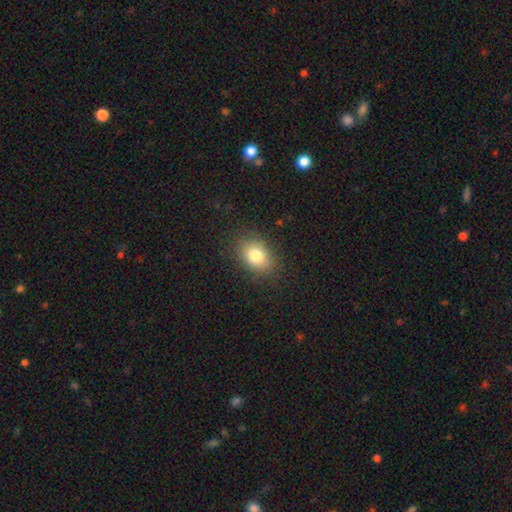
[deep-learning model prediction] Smooth or featured?
  - smooth: 80% *
  - star or artifact: 10%
  - featured or disk: 10%
How rounded?
  - in between: 75% *
  - round: 24%
  - cigar-shaped: 1%
Merging?
  - none: 85% *
  - minor disturbance: 10%
  - major disturbance: 3%
  - merger: 1%